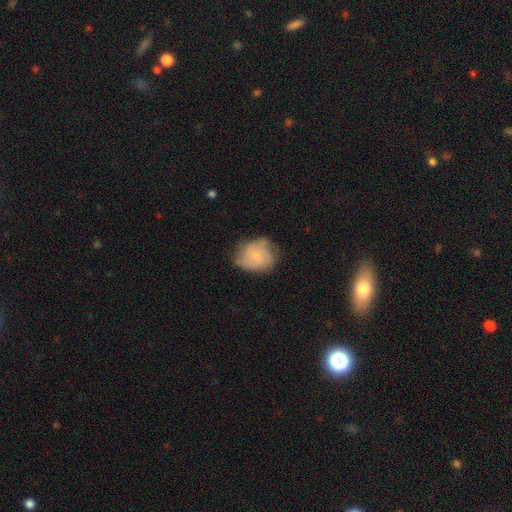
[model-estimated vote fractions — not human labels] smooth_or_featured: featured or disk (p=0.49) [alt: smooth p=0.44]
merging: none (p=0.58) [alt: minor disturbance p=0.31]